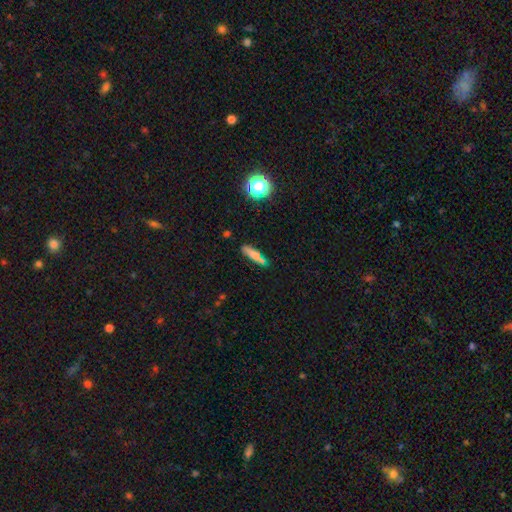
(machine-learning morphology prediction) Overall: smooth (74%). How rounded: cigar-shaped (78%). Merging: none (71%).